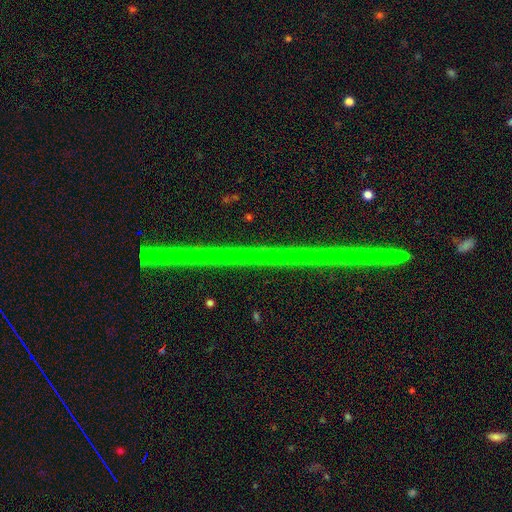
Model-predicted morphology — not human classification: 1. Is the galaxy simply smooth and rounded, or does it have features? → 84% star or artifact, 11% featured or disk, 4% smooth.